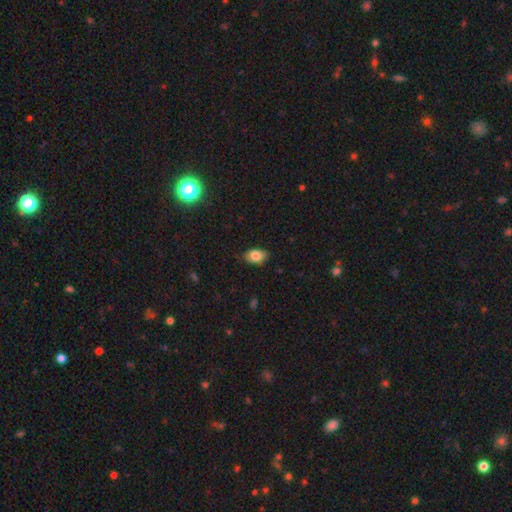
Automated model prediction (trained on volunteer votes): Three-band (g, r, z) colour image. It shows a smooth galaxy with no disk features (82%) that is in between round and cigar-shaped (88%). Merging: none (82%).